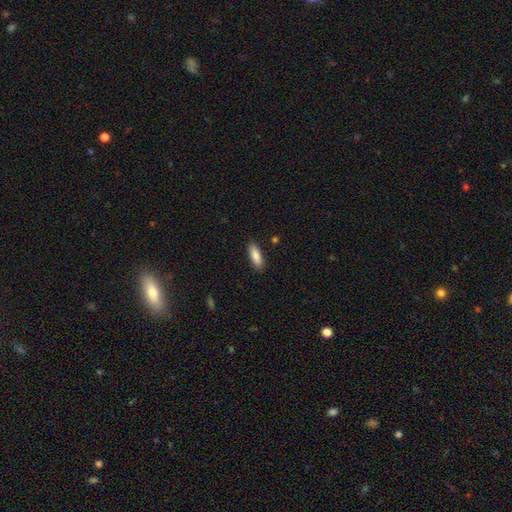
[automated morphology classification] Smooth or featured? Predicted: smooth (p=0.84). How rounded? Predicted: in between (p=0.57). Merging? Predicted: none (p=0.88).